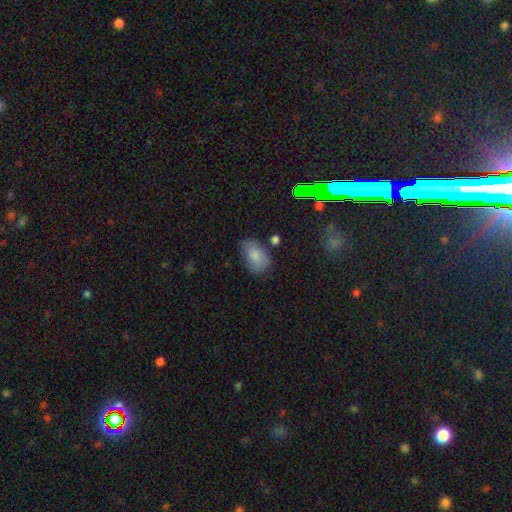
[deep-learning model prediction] A smooth galaxy with no disk features (81%) that is in between round and cigar-shaped (89%).

Vote fractions:
- Smooth or featured? smooth: 81% / featured or disk: 11% / star or artifact: 8%
- How rounded? in between: 89% / round: 10% / cigar-shaped: 1%
- Merging? none: 66% / minor disturbance: 23% / major disturbance: 6% / merger: 4%